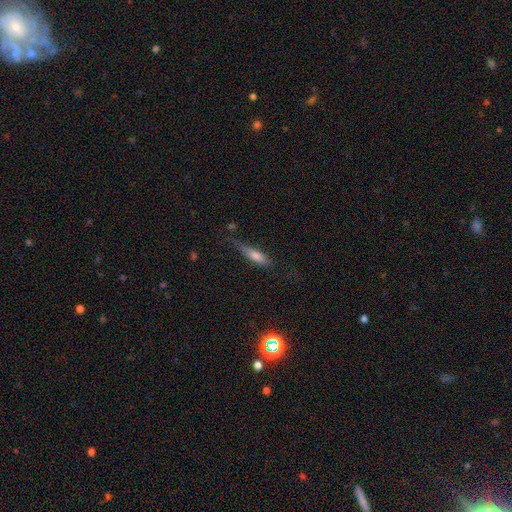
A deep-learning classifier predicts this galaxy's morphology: Smooth or featured? Predicted: smooth (p=0.61). How rounded? Predicted: cigar-shaped (p=0.70). Merging? Predicted: none (p=0.58).